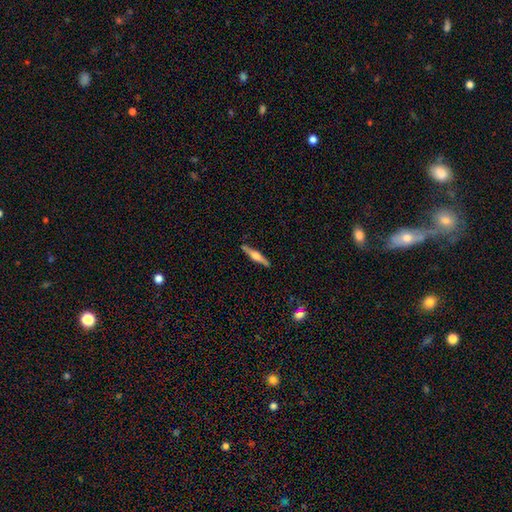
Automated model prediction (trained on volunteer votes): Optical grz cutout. It shows a featured or disk galaxy (69%) viewed edge-on (98%) with a rounded central bulge (86%). Merging: none (89%).